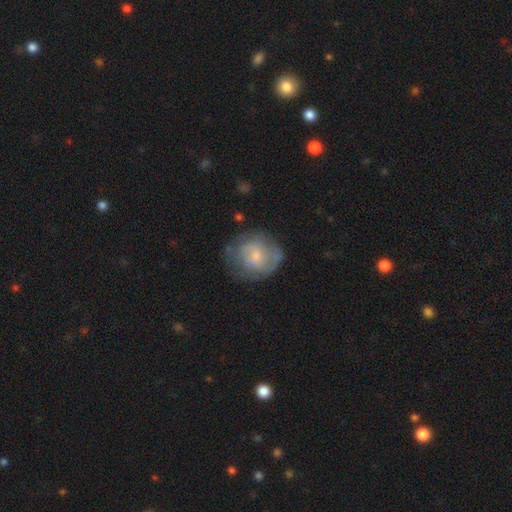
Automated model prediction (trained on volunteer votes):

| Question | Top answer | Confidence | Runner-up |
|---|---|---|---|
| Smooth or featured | smooth | 47% | featured or disk (45%) |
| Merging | none | 58% | minor disturbance (24%) |